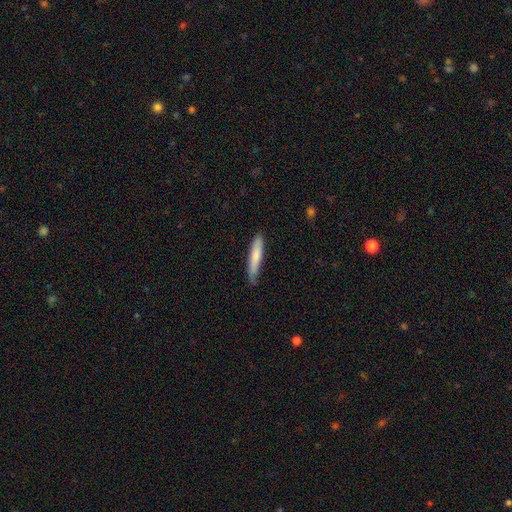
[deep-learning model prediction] This appears to be a smooth galaxy with no disk features (77%) that is cigar-shaped (90%). Merging: none (76%).